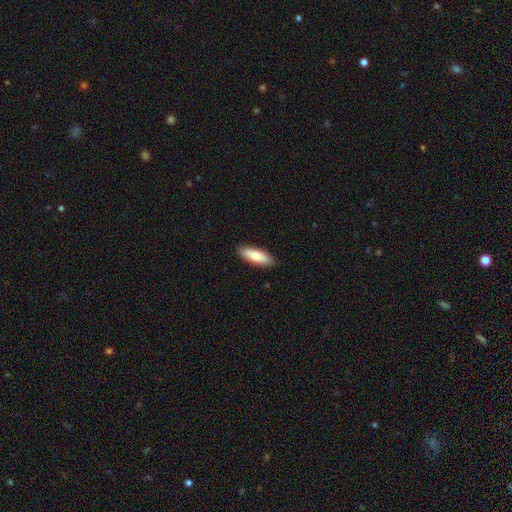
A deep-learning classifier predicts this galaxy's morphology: This appears to be a smooth galaxy with no disk features (80%) that is in between round and cigar-shaped (60%). Merging: none (89%).